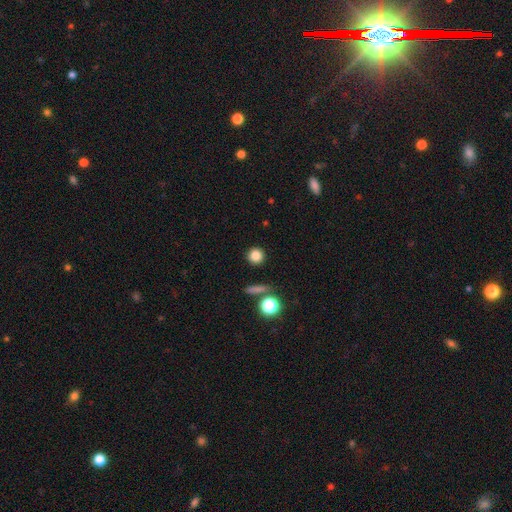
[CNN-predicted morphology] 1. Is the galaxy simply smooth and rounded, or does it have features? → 83% smooth, 12% star or artifact, 5% featured or disk.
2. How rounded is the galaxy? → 92% round, 6% in between, 1% cigar-shaped.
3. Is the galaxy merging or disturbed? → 89% none, 6% minor disturbance, 3% merger, 2% major disturbance.